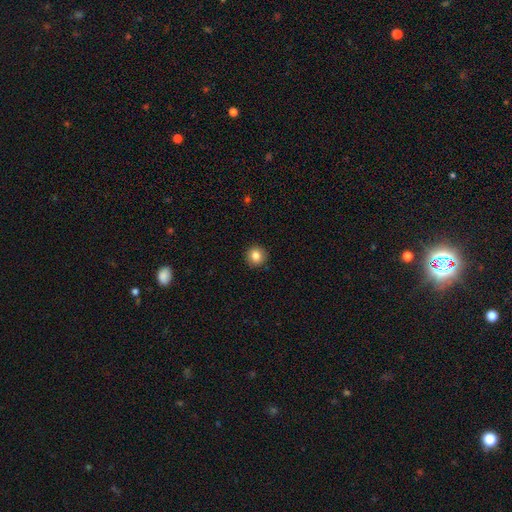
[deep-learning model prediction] This is clearly a smooth galaxy (85%). How rounded: clearly round (94%). Merging: clearly none (92%).